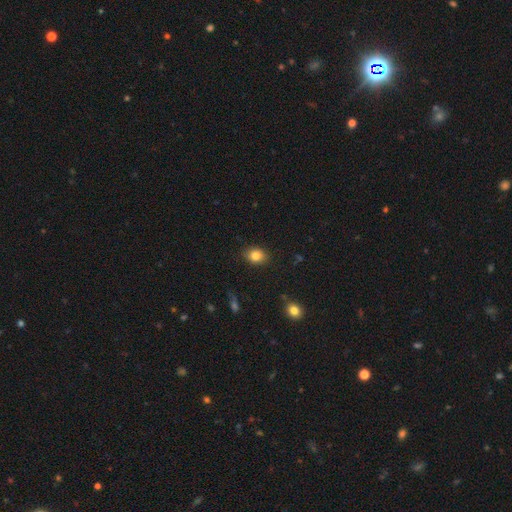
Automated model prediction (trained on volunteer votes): Overall: smooth (83%). How rounded: in between (59%; round 40%). Merging: none (87%).